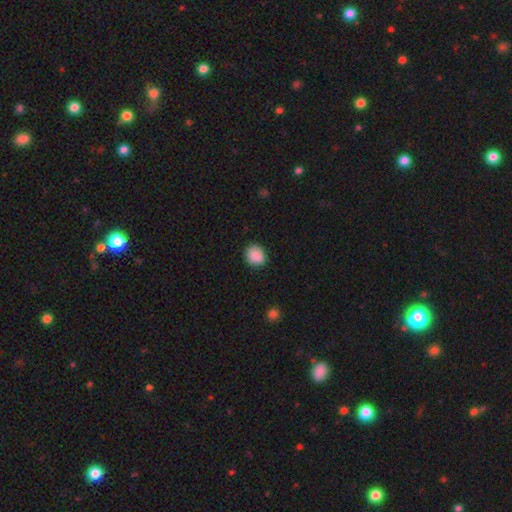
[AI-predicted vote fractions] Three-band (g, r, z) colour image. It shows a smooth galaxy with no disk features (88%) that is round (74%). Merging: none (82%).